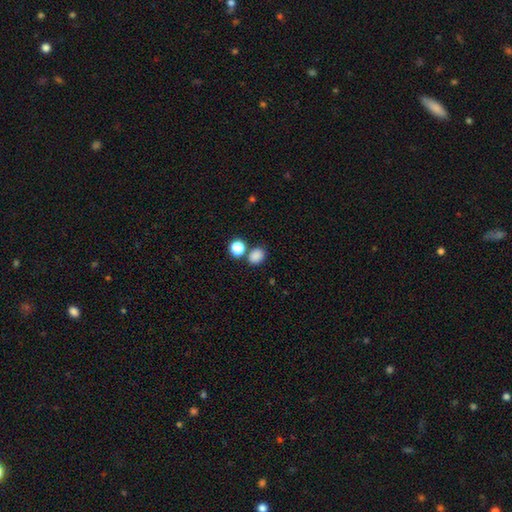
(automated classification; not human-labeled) This is clearly a smooth galaxy (83%). How rounded: possibly in between (52%). Merging: likely none (74%).